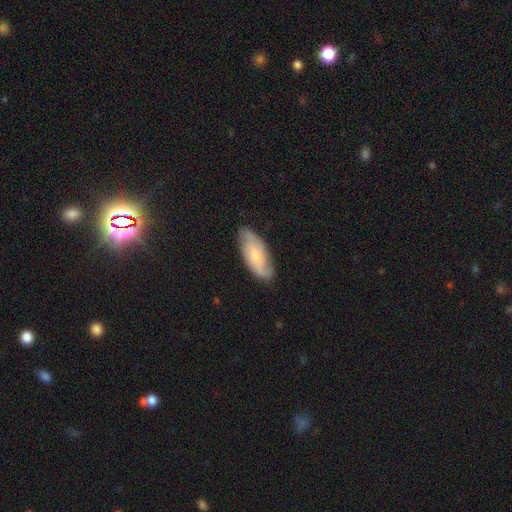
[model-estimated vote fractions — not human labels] The model was most divided on "bulge size": small: 53%, moderate: 37%, none: 6%, large: 3%, dominant: 1%. More confident: spiral arms — yes (89%); edge-on disk — no (89%); merging — none (78%); bar — no (62%); smooth or featured — featured or disk (56%).